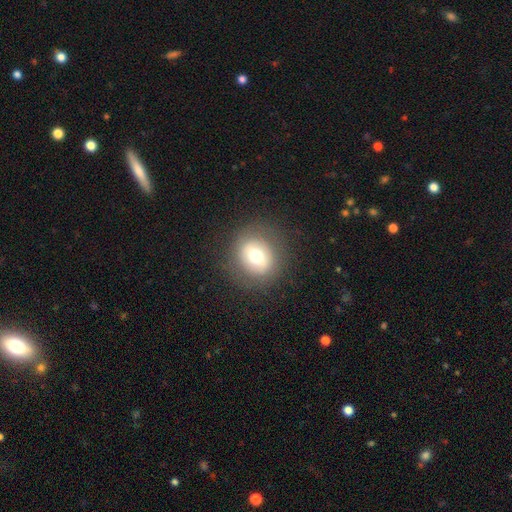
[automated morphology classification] This appears to be a smooth galaxy with no disk features (61%) that is round (83%). Merging: none (86%).